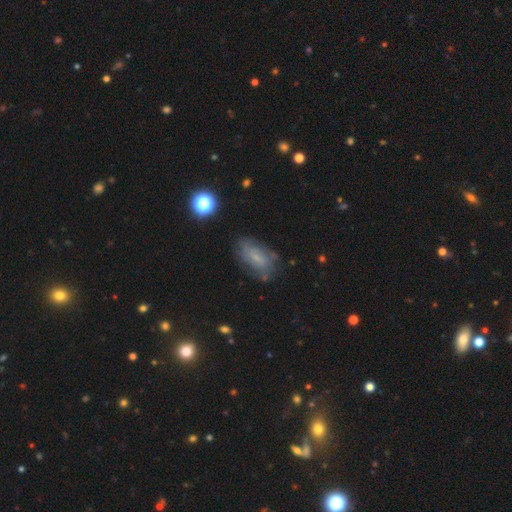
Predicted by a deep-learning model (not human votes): This is possibly a smooth galaxy (45%). Merging: likely none (67%).